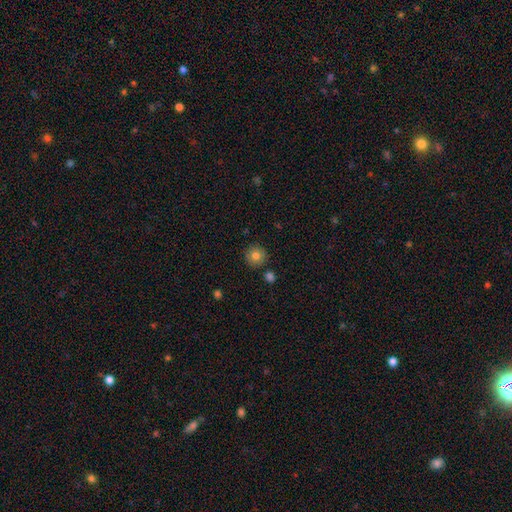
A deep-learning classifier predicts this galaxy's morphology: Smooth or featured? Predicted: smooth (p=0.81). How rounded? Predicted: round (p=0.93). Merging? Predicted: none (p=0.87).